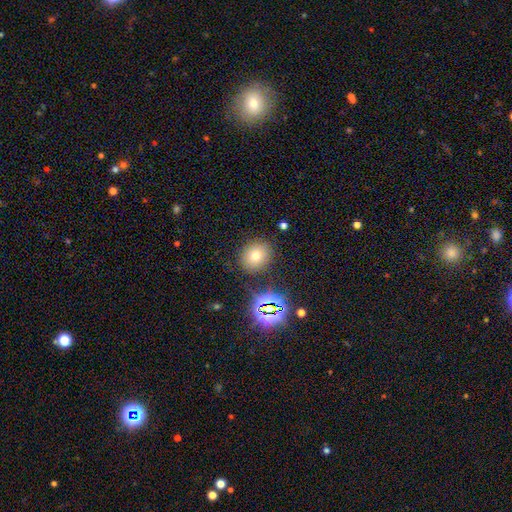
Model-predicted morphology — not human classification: smooth-or-featured: smooth: 68% | star or artifact: 21% | featured or disk: 11%
  how-rounded: round: 78% | in between: 21% | cigar-shaped: 1%
  merging: none: 85% | minor disturbance: 9% | major disturbance: 3% | merger: 3%